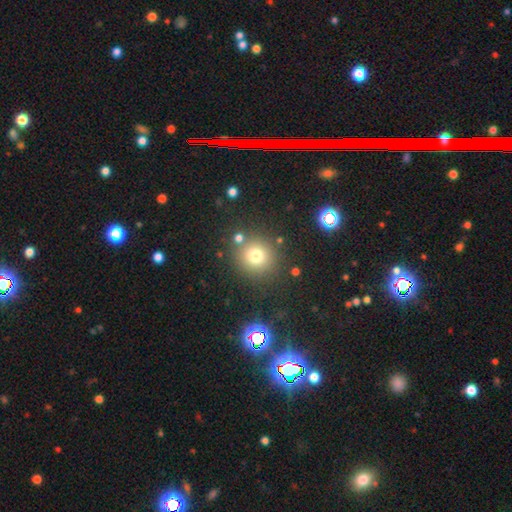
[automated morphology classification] Smooth or featured? smooth (74%)
How rounded? round (91%)
Merging? none (81%)